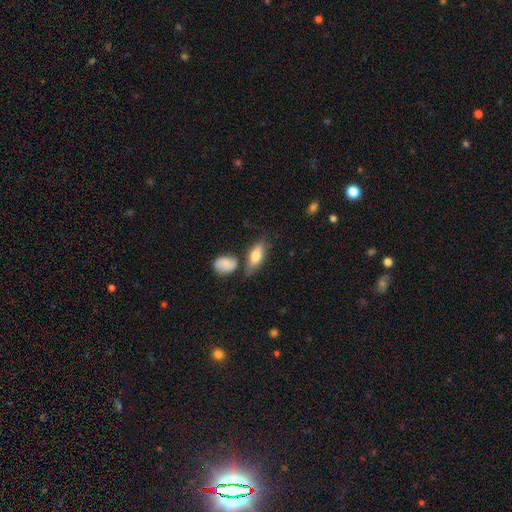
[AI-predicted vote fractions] Morphology: type=smooth (73%); roundness=in between (79%); merging=none (60%).